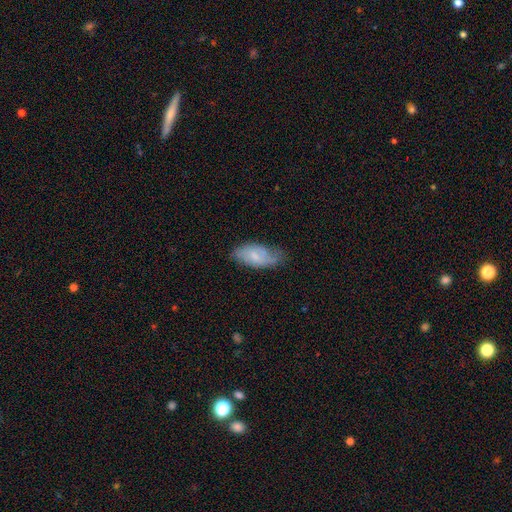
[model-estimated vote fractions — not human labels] smooth 59%, featured or disk 34%, star or artifact 7%. Down the decision tree: how rounded — in between (90%); merging — none (57%).